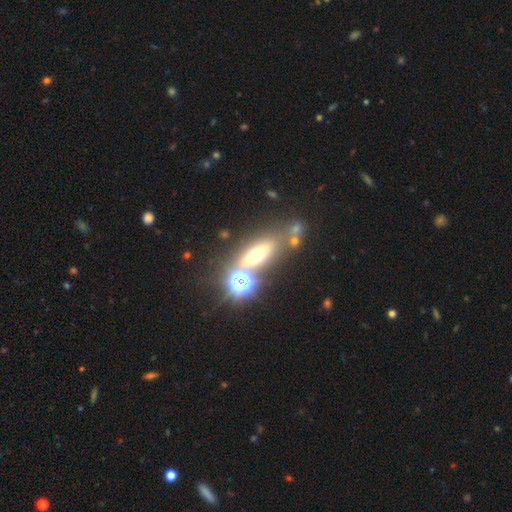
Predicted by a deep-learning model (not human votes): Overall: smooth (46%; star or artifact 28%). Merging: none (58%; merger 21%).